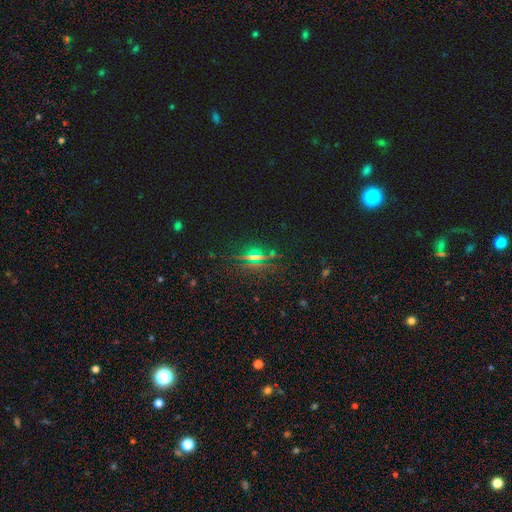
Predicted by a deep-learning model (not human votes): The model was most divided on "smooth or featured": star or artifact: 50%, smooth: 32%, featured or disk: 18%.